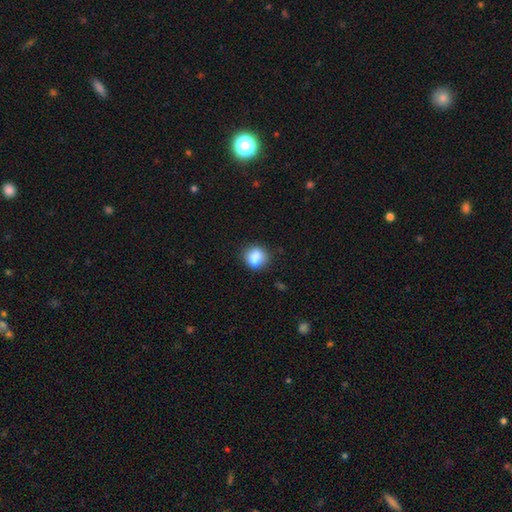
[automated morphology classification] Smooth or featured? smooth (81%)
How rounded? round (66%)
Merging? none (67%)